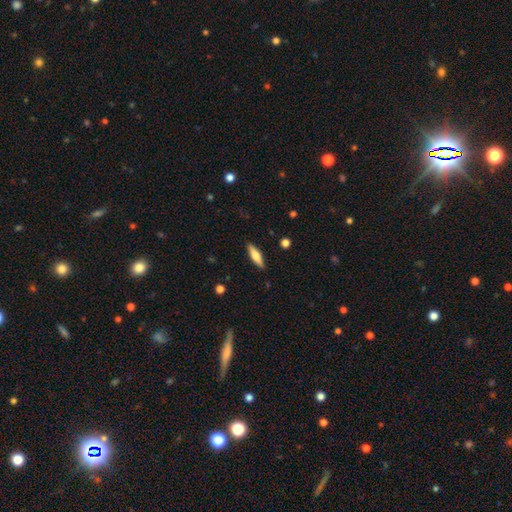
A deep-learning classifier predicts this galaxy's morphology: The model was most divided on "smooth or featured": smooth: 62%, featured or disk: 32%, star or artifact: 6%. More confident: merging — none (89%); how rounded — cigar-shaped (65%).